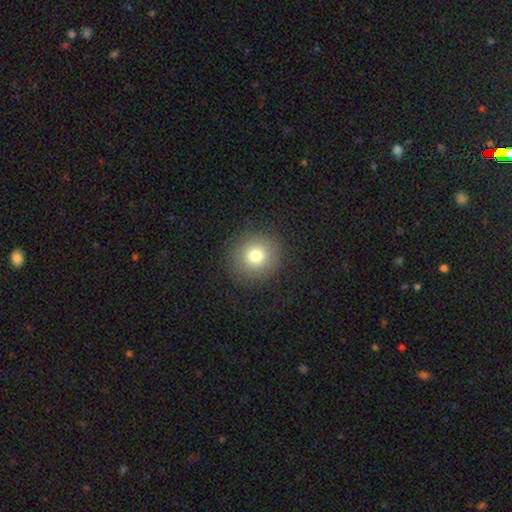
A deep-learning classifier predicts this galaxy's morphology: Q: Smooth or featured?
A: smooth (78%); runner-up: star or artifact (12%)
Q: How rounded?
A: round (92%); runner-up: in between (7%)
Q: Merging?
A: none (88%); runner-up: minor disturbance (8%)